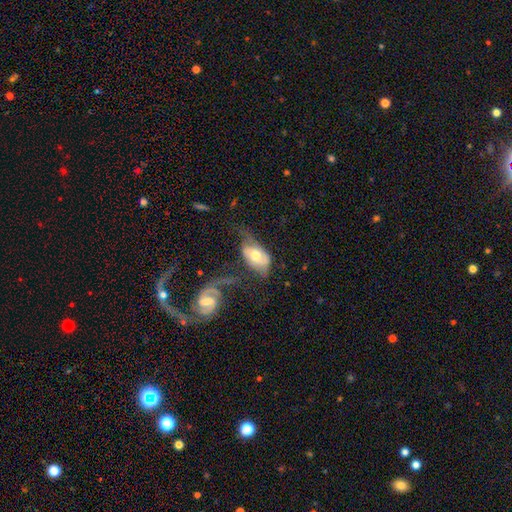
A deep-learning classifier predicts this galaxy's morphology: A featured or disk galaxy (50%).

Vote fractions:
- Smooth or featured? featured or disk: 50% / smooth: 44% / star or artifact: 6%
- Edge-on disk? no: 89% / yes: 11%
- Merging? major disturbance: 33% / none: 27% / minor disturbance: 21% / merger: 19%